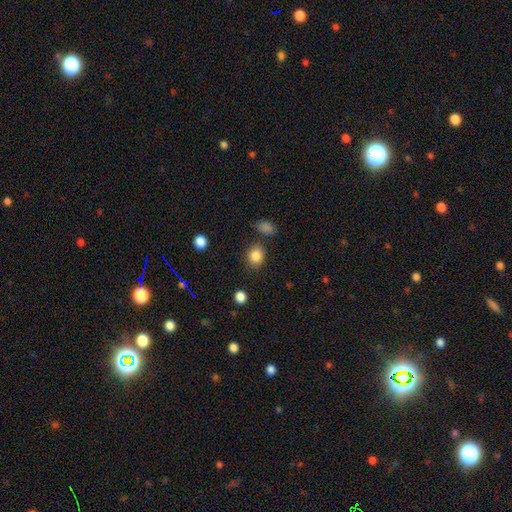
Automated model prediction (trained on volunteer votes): This appears to be a smooth galaxy with no disk features (85%) that is round (64%). Merging: none (81%).